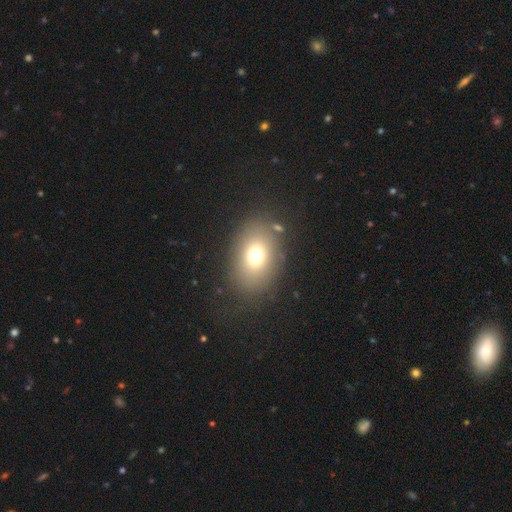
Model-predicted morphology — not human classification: This is likely a smooth galaxy (72%). How rounded: likely in between (73%). Merging: likely none (79%).